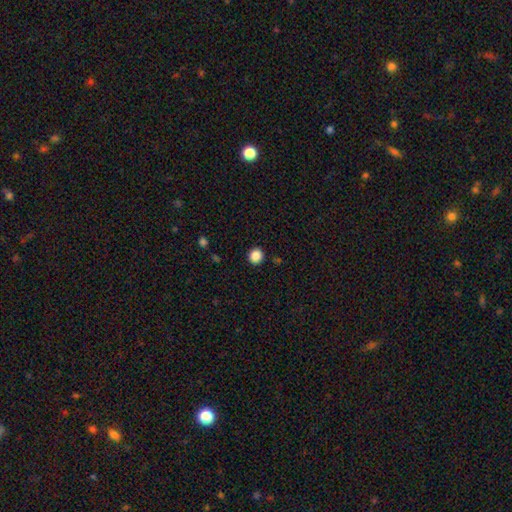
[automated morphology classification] The model was most divided on "how rounded": round: 88%, in between: 11%, cigar-shaped: 1%. More confident: merging — none (91%); smooth or featured — smooth (88%).